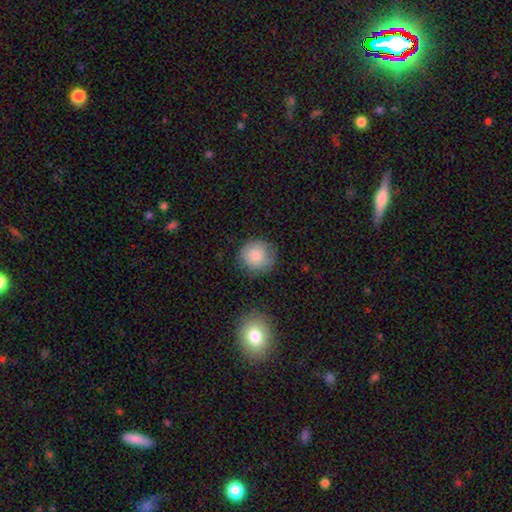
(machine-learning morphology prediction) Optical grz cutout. It shows a smooth galaxy with no disk features (81%) that is round (92%). Merging: none (80%).